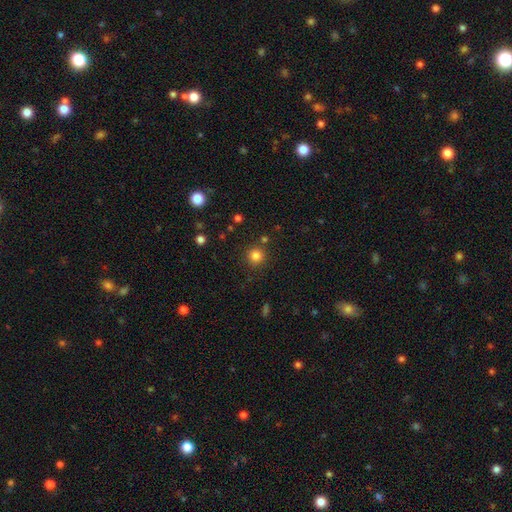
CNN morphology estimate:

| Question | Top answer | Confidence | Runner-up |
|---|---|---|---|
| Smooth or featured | smooth | 82% | star or artifact (13%) |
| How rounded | round | 94% | in between (5%) |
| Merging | none | 86% | minor disturbance (7%) |